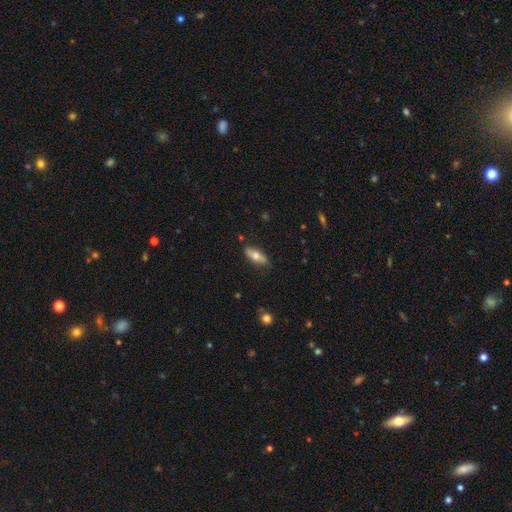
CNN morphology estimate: Q: Smooth or featured?
A: smooth (65%); runner-up: featured or disk (29%)
Q: How rounded?
A: in between (75%); runner-up: cigar-shaped (22%)
Q: Merging?
A: none (81%); runner-up: minor disturbance (15%)